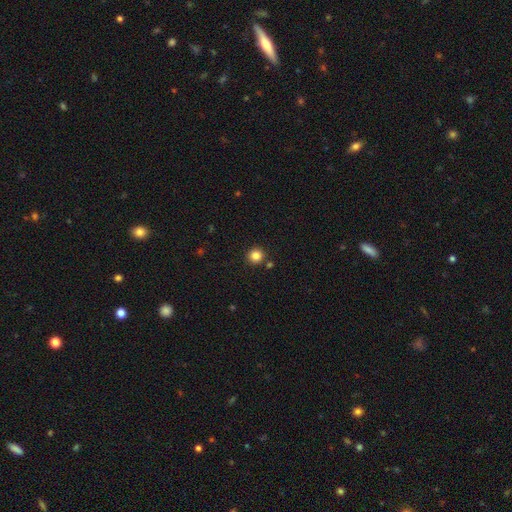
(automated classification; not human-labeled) This appears to be a smooth galaxy with no disk features (84%) that is round (94%). Merging: none (87%).